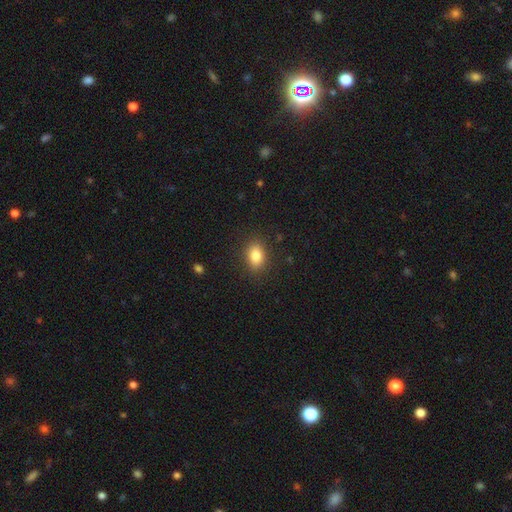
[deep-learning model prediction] Smooth or featured?
  - smooth: 84% *
  - star or artifact: 9%
  - featured or disk: 7%
How rounded?
  - in between: 81% *
  - round: 17%
  - cigar-shaped: 2%
Merging?
  - none: 87% *
  - minor disturbance: 9%
  - major disturbance: 3%
  - merger: 1%